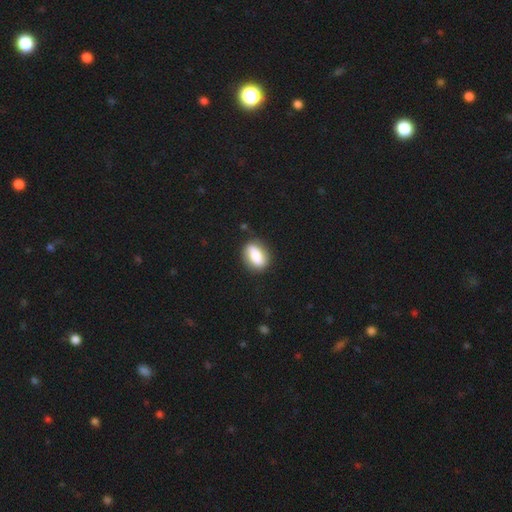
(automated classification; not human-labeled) Smooth or featured? Predicted: smooth (p=0.69). How rounded? Predicted: in between (p=0.78). Merging? Predicted: none (p=0.81).